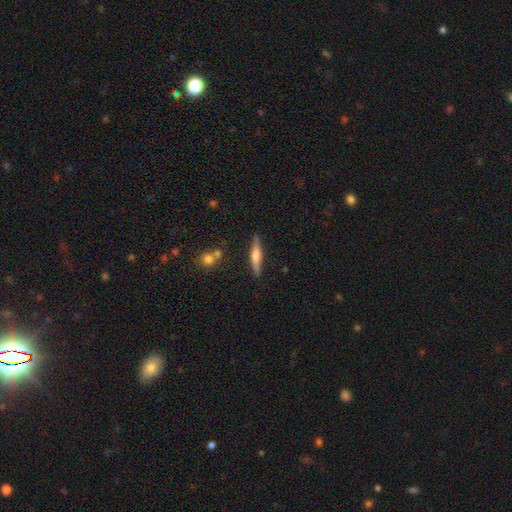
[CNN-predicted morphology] Smooth or featured? featured or disk (49%)
Merging? none (85%)